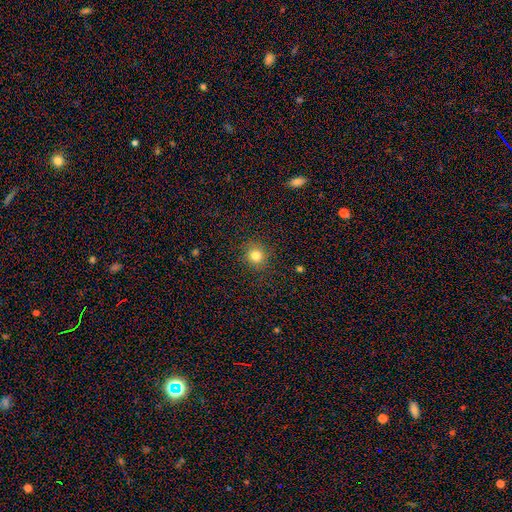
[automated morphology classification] This is clearly a smooth galaxy (81%). How rounded: clearly round (89%). Merging: clearly none (90%).